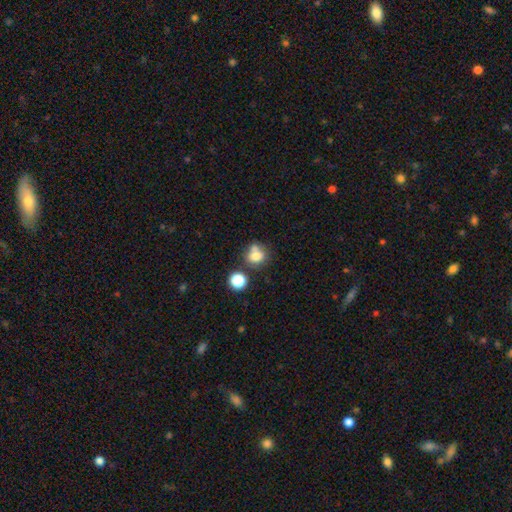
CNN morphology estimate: Smooth or featured? smooth (74%)
How rounded? round (73%)
Merging? none (51%)